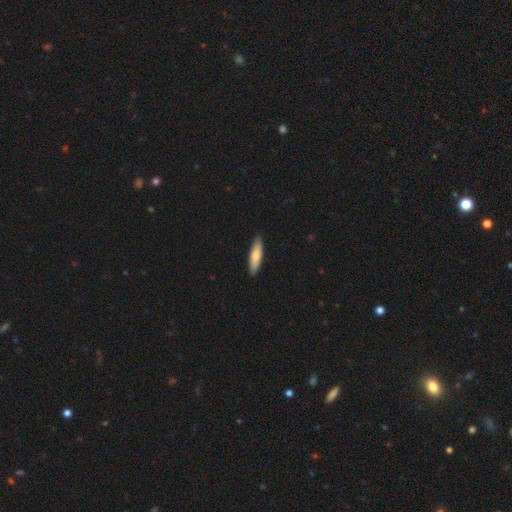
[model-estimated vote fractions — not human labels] This appears to be a smooth galaxy with no disk features (74%) that is cigar-shaped (68%). Merging: none (89%).